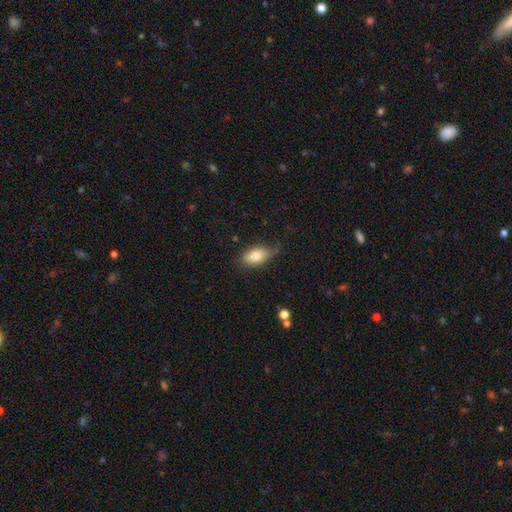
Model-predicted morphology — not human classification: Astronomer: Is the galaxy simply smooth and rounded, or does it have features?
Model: smooth — 79%.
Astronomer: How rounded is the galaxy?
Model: in between — 91%.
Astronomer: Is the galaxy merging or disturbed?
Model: none — 58%.